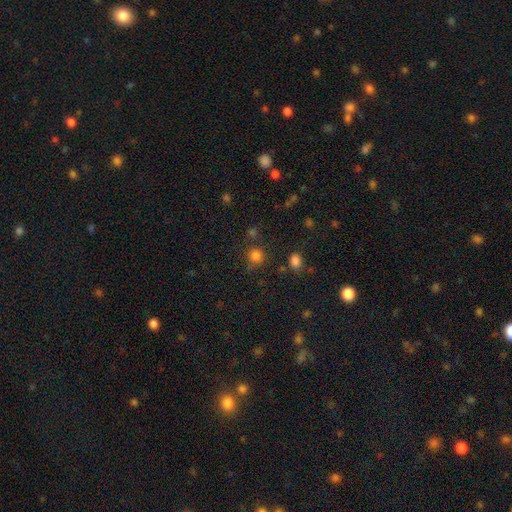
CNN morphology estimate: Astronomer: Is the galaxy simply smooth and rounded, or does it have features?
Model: smooth — 79%.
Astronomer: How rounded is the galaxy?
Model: round — 87%.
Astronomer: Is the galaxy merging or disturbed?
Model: none — 72%.